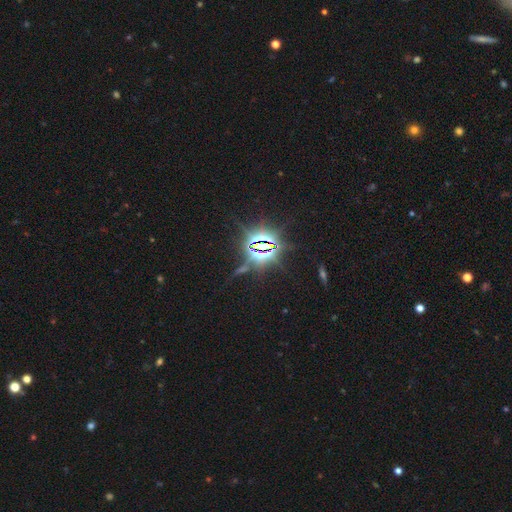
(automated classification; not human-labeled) Smooth or featured: star or artifact — 86% (smooth — 8%)